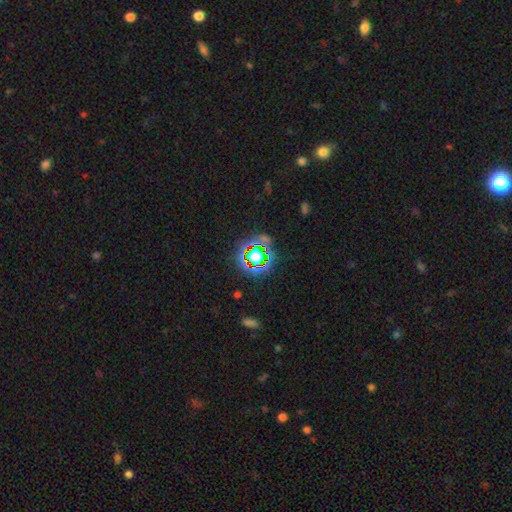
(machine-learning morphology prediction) star or artifact 62%, smooth 24%, featured or disk 14%.